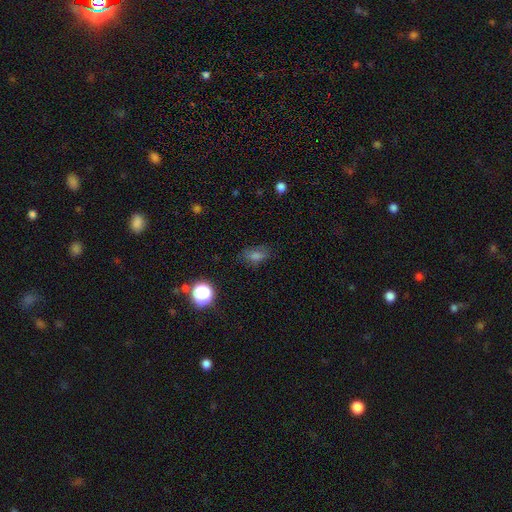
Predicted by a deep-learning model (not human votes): smooth_or_featured: smooth (p=0.66) [alt: star or artifact p=0.21]
how_rounded: in between (p=0.78) [alt: round p=0.18]
merging: none (p=0.75) [alt: minor disturbance p=0.18]